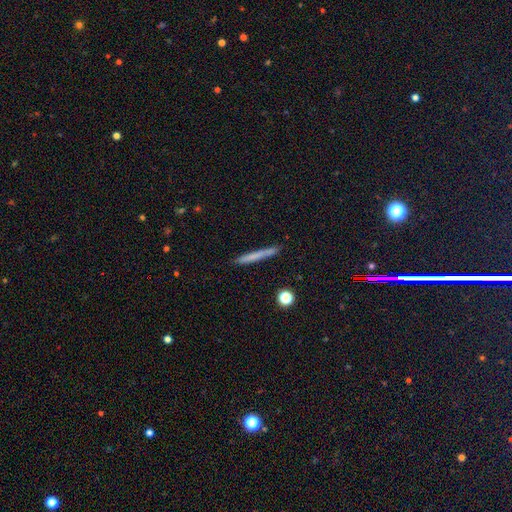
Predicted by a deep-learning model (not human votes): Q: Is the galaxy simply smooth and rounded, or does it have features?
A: smooth — 65%.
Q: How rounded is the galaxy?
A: cigar-shaped — 96%.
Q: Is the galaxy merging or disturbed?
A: none — 88%.